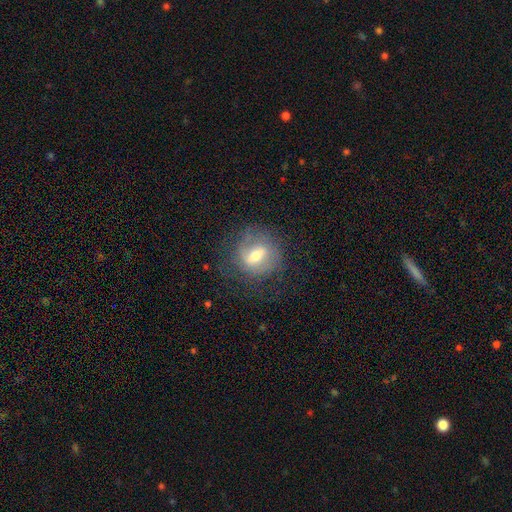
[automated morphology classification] Q: Smooth or featured?
A: featured or disk (59%); runner-up: smooth (32%)
Q: Edge-on disk?
A: no (94%); runner-up: yes (6%)
Q: Bar?
A: weak (51%); runner-up: strong (31%)
Q: Spiral arms?
A: yes (68%); runner-up: no (32%)
Q: Bulge size?
A: moderate (64%); runner-up: small (23%)
Q: Merging?
A: none (63%); runner-up: minor disturbance (20%)